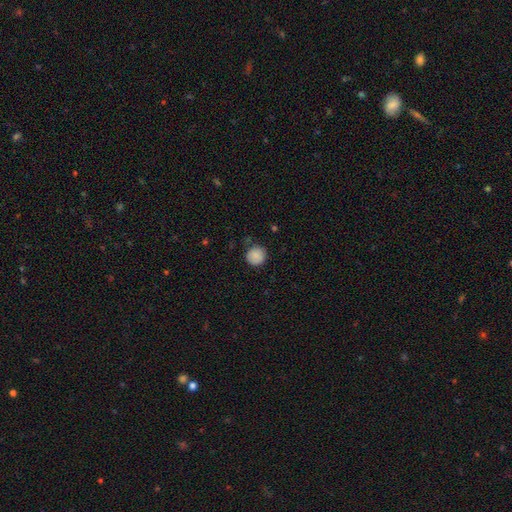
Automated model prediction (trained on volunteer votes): The model was most divided on "merging": none: 82%, minor disturbance: 13%, major disturbance: 3%, merger: 2%. More confident: how rounded — round (93%); smooth or featured — smooth (86%).